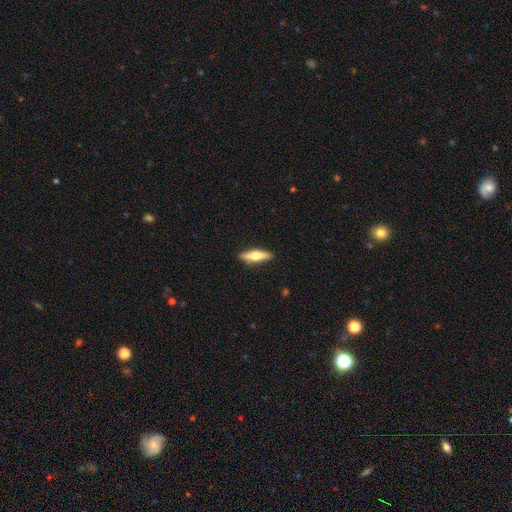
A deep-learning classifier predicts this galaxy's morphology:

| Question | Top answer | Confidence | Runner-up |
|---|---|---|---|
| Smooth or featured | smooth | 51% | featured or disk (43%) |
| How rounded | cigar-shaped | 65% | in between (33%) |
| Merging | none | 89% | minor disturbance (8%) |